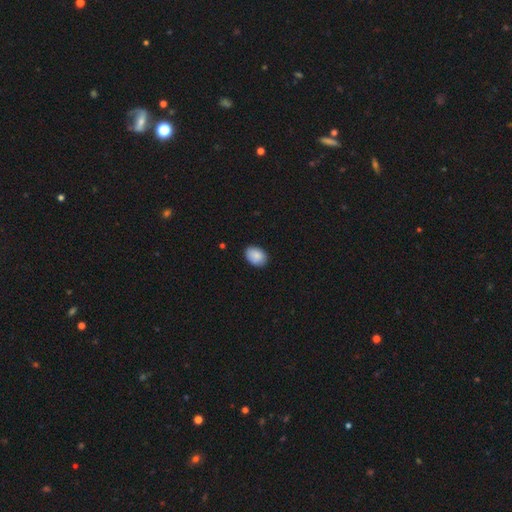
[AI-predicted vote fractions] Overall: smooth (88%). How rounded: in between (80%). Merging: none (85%).